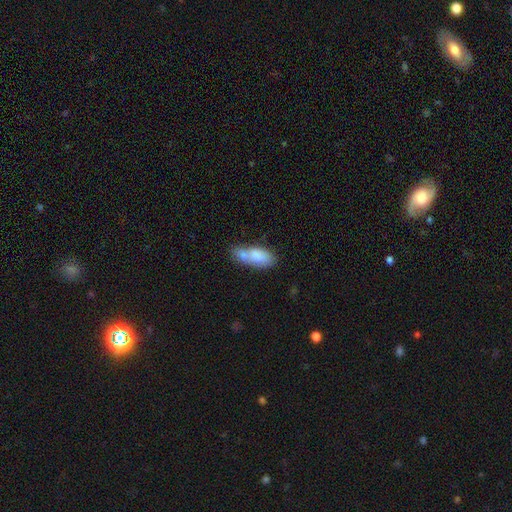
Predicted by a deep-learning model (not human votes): Smooth or featured? Predicted: smooth (p=0.76). How rounded? Predicted: in between (p=0.82). Merging? Predicted: none (p=0.40).